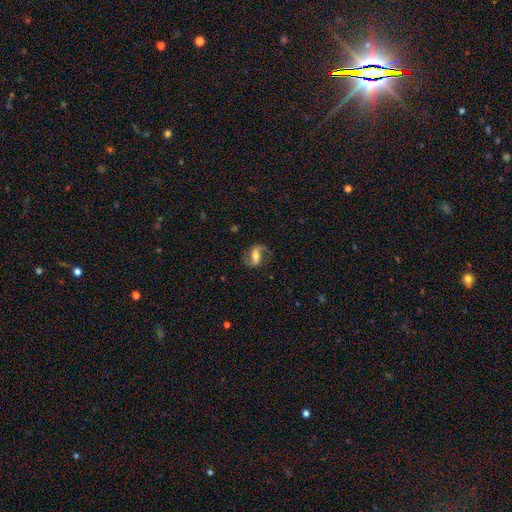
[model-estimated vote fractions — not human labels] The model was most divided on "bar": strong: 41%, weak: 36%, no: 23%. Remaining: edge-on disk — no (95%); spiral arms — yes (93%); spiral arm count — 2 (86%); smooth or featured — featured or disk (77%); merging — none (73%); bulge size — moderate (60%); spiral winding — loose (47%).